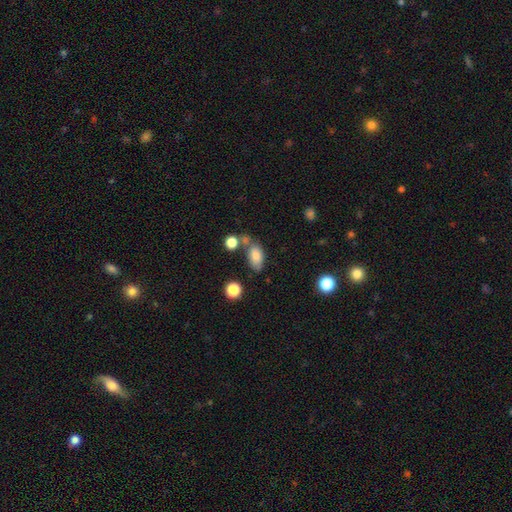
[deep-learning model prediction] Smooth or featured? Predicted: smooth (p=0.80). How rounded? Predicted: in between (p=0.90). Merging? Predicted: none (p=0.54).